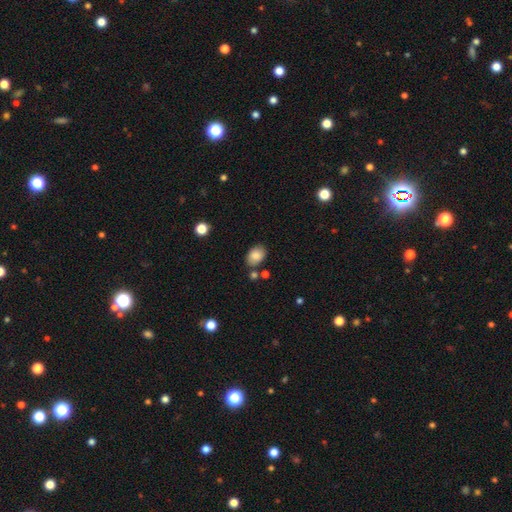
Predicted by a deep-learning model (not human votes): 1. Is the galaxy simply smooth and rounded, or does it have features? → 85% smooth, 8% star or artifact, 6% featured or disk.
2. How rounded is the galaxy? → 79% in between, 20% round, 1% cigar-shaped.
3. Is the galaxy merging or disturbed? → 76% none, 13% minor disturbance, 8% merger, 3% major disturbance.